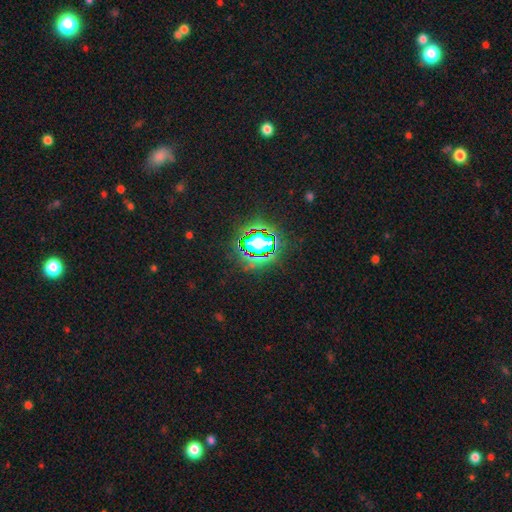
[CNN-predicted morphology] Q: Smooth or featured?
A: star or artifact (80%); runner-up: smooth (13%)